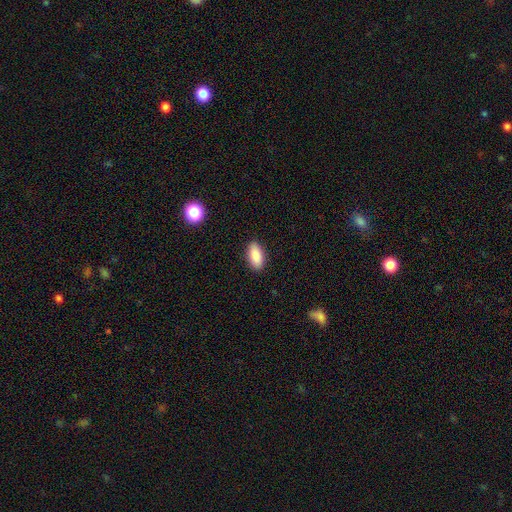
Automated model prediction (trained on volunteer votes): Overall: smooth (89%). How rounded: in between (90%). Merging: none (89%).